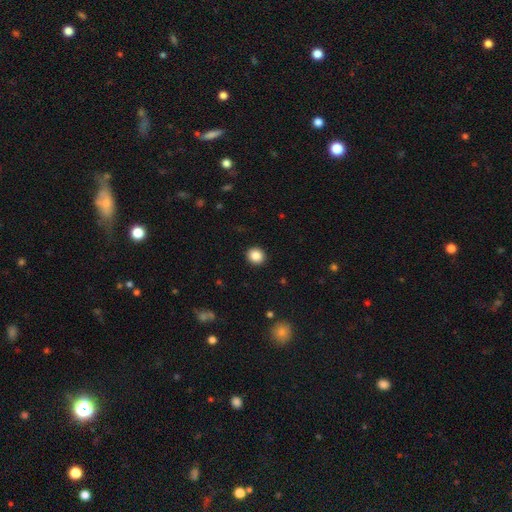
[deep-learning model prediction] The model was most divided on "how rounded": round: 85%, in between: 14%, cigar-shaped: 1%. More confident: merging — none (92%); smooth or featured — smooth (87%).